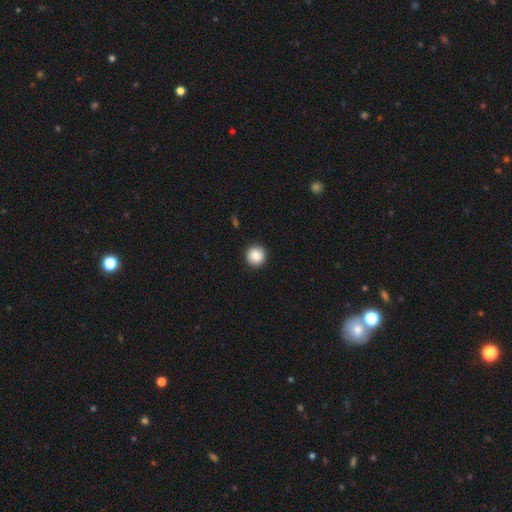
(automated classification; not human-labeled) A smooth galaxy with no disk features (87%) that is round (95%).

Vote fractions:
- Smooth or featured? smooth: 87% / star or artifact: 9% / featured or disk: 4%
- How rounded? round: 95% / in between: 4% / cigar-shaped: 1%
- Merging? none: 91% / minor disturbance: 6% / major disturbance: 2% / merger: 1%